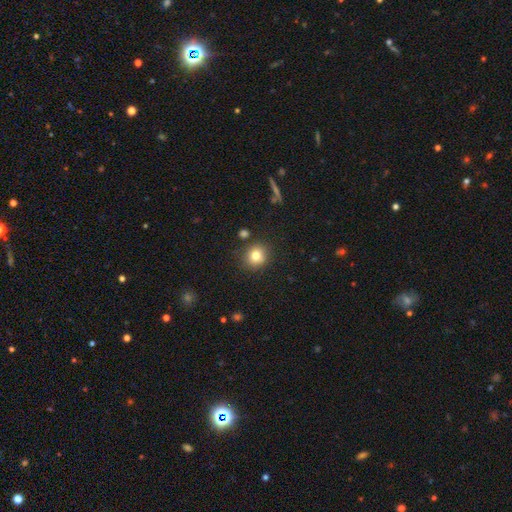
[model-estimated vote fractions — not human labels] This appears to be a smooth galaxy with no disk features (79%) that is round (86%). Merging: none (86%).